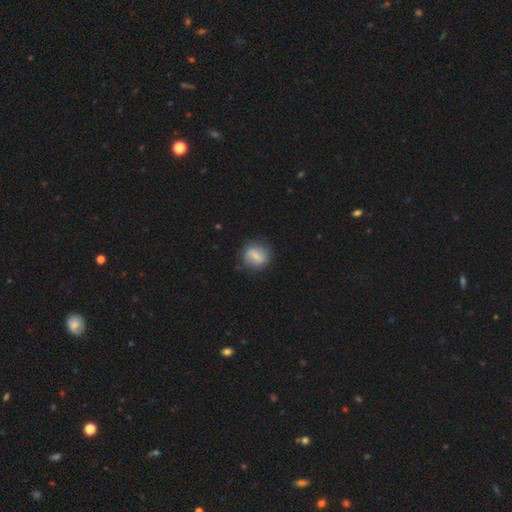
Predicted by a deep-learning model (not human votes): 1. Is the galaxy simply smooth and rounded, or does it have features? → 58% smooth, 35% featured or disk, 8% star or artifact.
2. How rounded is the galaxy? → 76% round, 22% in between, 2% cigar-shaped.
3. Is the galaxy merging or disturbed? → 77% none, 16% minor disturbance, 5% major disturbance, 2% merger.